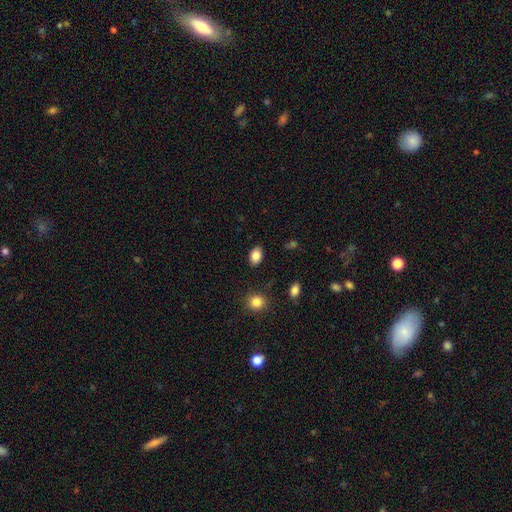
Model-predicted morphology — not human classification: Smooth or featured? smooth (85%)
How rounded? in between (83%)
Merging? none (86%)